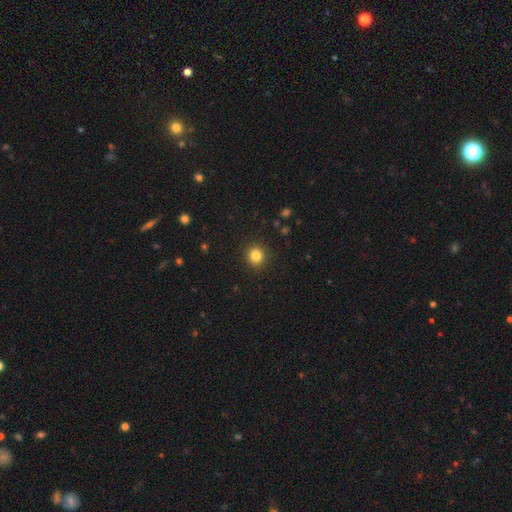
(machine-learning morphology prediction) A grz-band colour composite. It shows a smooth galaxy with no disk features (83%) that is round (89%). Merging: none (91%).